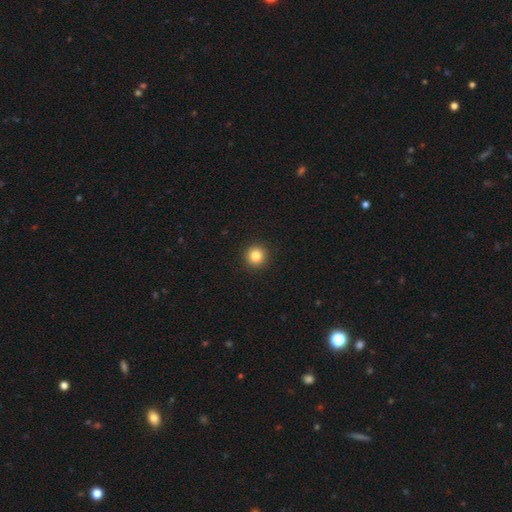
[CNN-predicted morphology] Smooth or featured?
  - smooth: 84% *
  - star or artifact: 11%
  - featured or disk: 5%
How rounded?
  - round: 95% *
  - in between: 4%
  - cigar-shaped: 1%
Merging?
  - none: 93% *
  - minor disturbance: 4%
  - major disturbance: 2%
  - merger: 1%